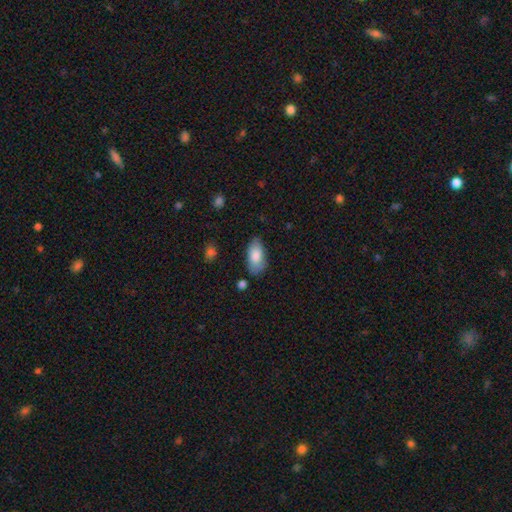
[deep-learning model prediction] This appears to be a smooth galaxy with no disk features (83%) that is in between round and cigar-shaped (93%). Merging: none (76%).